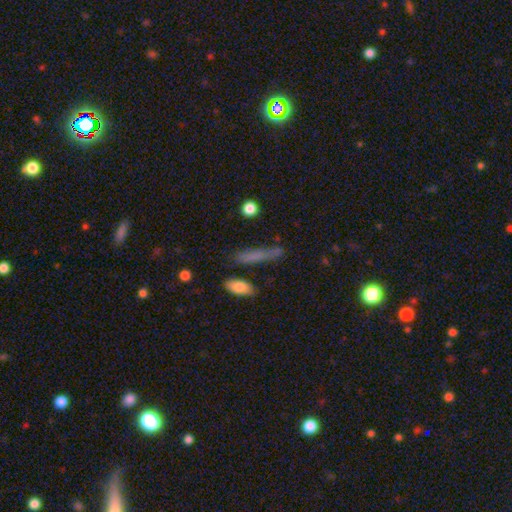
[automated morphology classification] A smooth galaxy with no disk features (68%) that is cigar-shaped (81%). Merging: none (73%).